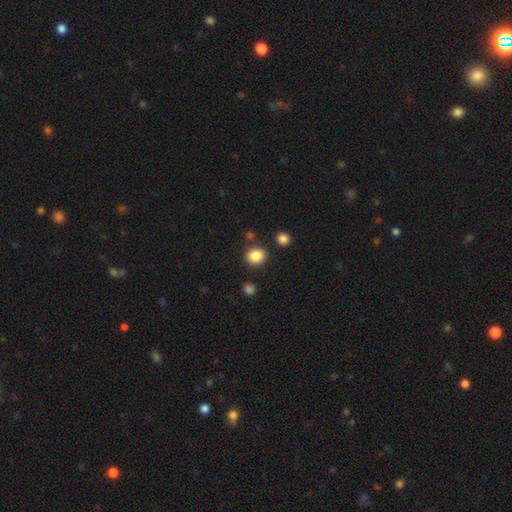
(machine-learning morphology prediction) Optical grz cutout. It shows a smooth galaxy with no disk features (87%) that is round (78%). Merging: none (84%).